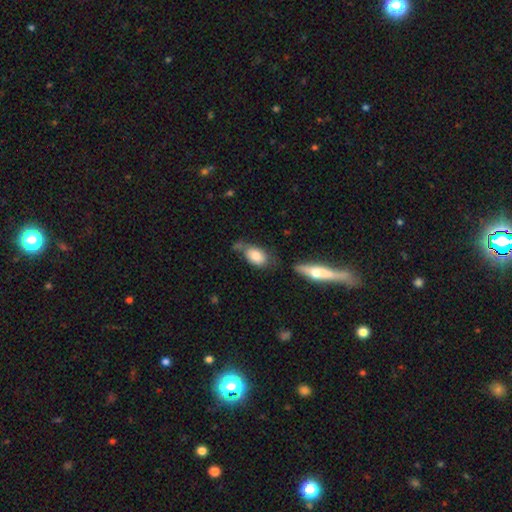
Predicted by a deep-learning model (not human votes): This is likely a smooth galaxy (78%). How rounded: clearly in between (88%). Merging: marginally none (43%).